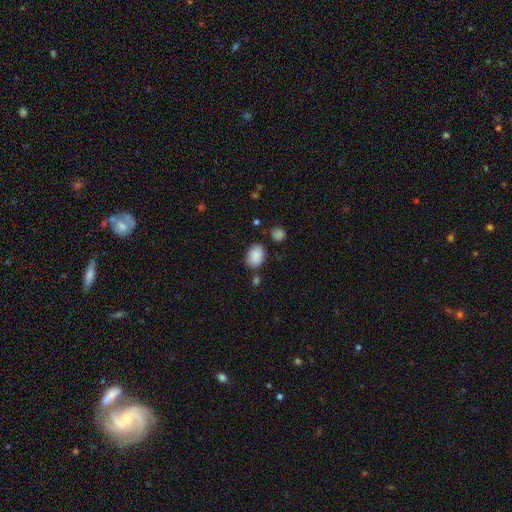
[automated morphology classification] smooth-or-featured: smooth: 88% | star or artifact: 8% | featured or disk: 4%
  how-rounded: in between: 74% | round: 25% | cigar-shaped: 1%
  merging: none: 75% | minor disturbance: 15% | merger: 6% | major disturbance: 4%